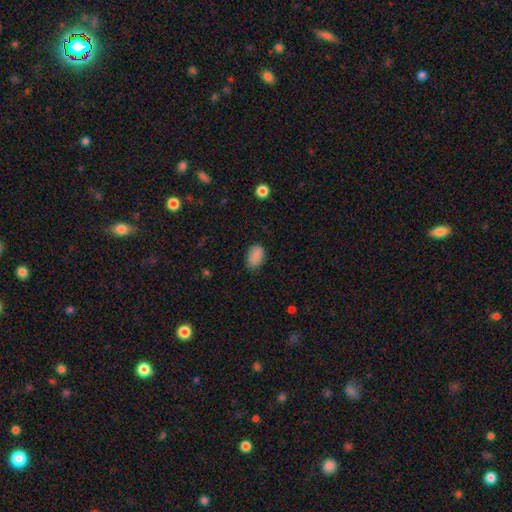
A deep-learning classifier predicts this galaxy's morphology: Smooth or featured?
  - smooth: 87% *
  - star or artifact: 9%
  - featured or disk: 4%
How rounded?
  - in between: 88% *
  - round: 11%
  - cigar-shaped: 1%
Merging?
  - none: 77% *
  - minor disturbance: 18%
  - major disturbance: 4%
  - merger: 1%